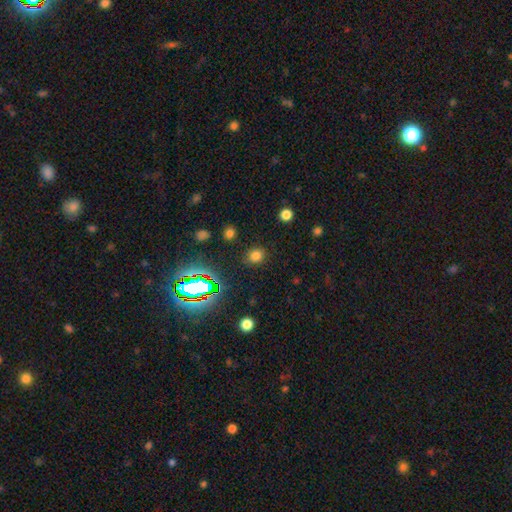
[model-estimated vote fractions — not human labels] The model was most divided on "smooth or featured": smooth: 71%, star or artifact: 23%, featured or disk: 6%. More confident: merging — none (86%); how rounded — round (75%).